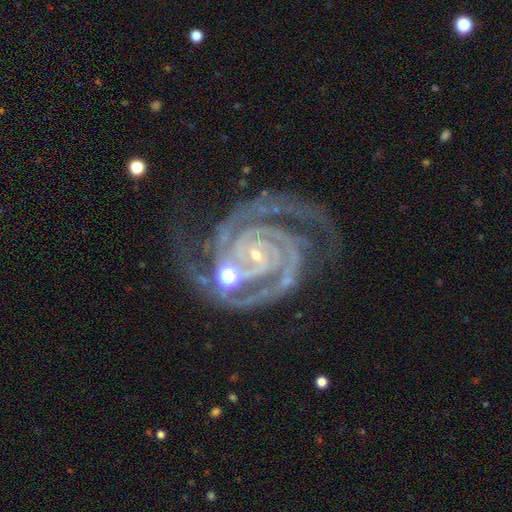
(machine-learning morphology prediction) Q: Smooth or featured?
A: featured or disk (93%); runner-up: star or artifact (5%)
Q: Edge-on disk?
A: no (98%); runner-up: yes (2%)
Q: Bar?
A: no (59%); runner-up: weak (23%)
Q: Spiral arms?
A: yes (99%); runner-up: no (1%)
Q: Spiral winding?
A: tight (78%); runner-up: medium (20%)
Q: Spiral arm count?
A: 2 (60%); runner-up: 3 (22%)
Q: Bulge size?
A: small (82%); runner-up: moderate (14%)
Q: Merging?
A: none (59%); runner-up: minor disturbance (21%)